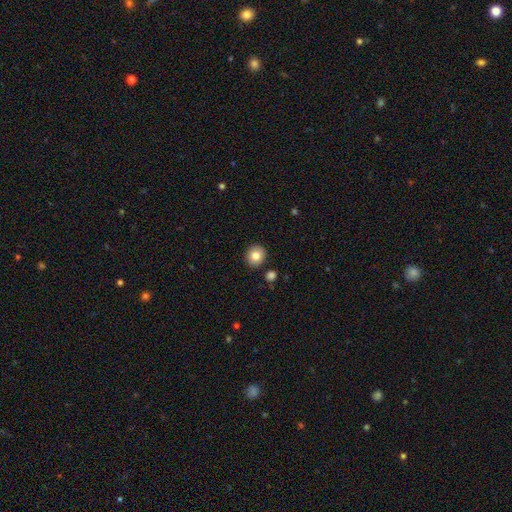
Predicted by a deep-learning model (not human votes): smooth_or_featured: smooth (p=0.82) [alt: star or artifact p=0.09]
how_rounded: round (p=0.84) [alt: in between p=0.15]
merging: none (p=0.89) [alt: minor disturbance p=0.06]